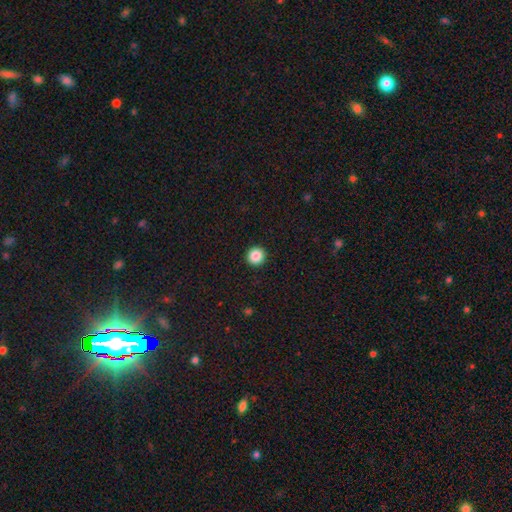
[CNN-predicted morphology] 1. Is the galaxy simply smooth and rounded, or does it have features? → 87% smooth, 10% star or artifact, 3% featured or disk.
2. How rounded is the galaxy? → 95% round, 4% in between, 1% cigar-shaped.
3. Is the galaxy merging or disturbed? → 94% none, 4% minor disturbance, 2% major disturbance, 1% merger.